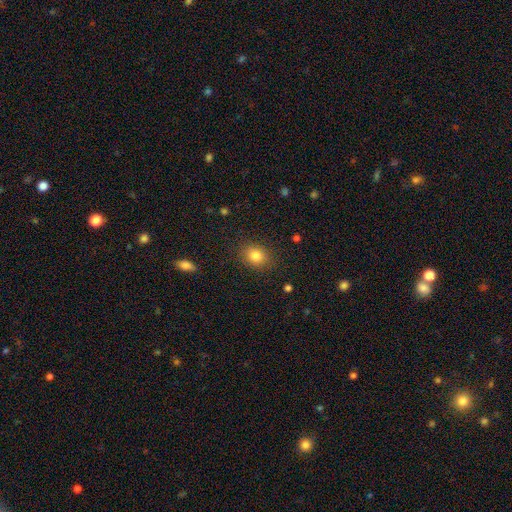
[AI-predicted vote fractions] smooth 83%, star or artifact 11%, featured or disk 6%. Down the decision tree: how rounded — round (56%); merging — none (87%).